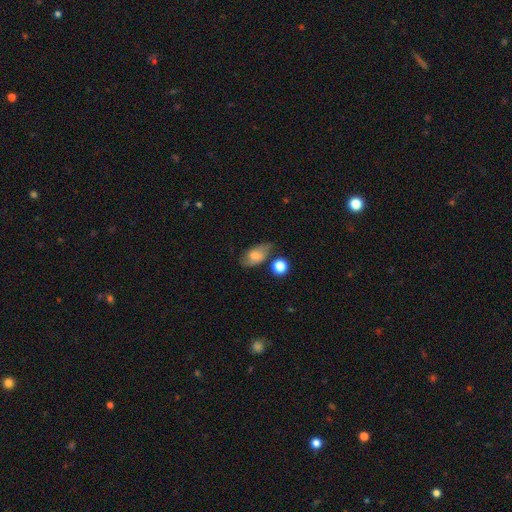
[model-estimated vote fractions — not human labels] The model was most divided on "smooth or featured": smooth: 57%, featured or disk: 34%, star or artifact: 10%. More confident: how rounded — in between (83%); merging — none (58%).